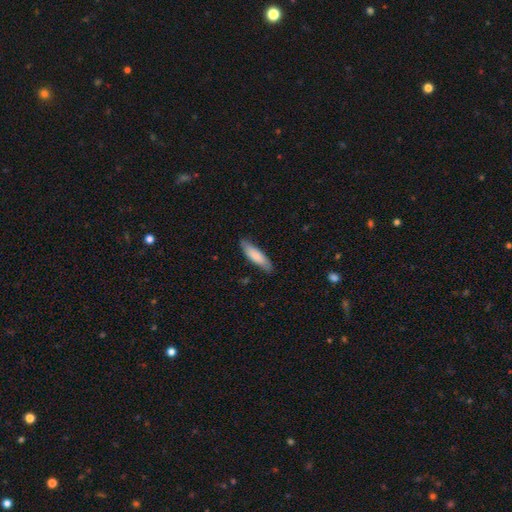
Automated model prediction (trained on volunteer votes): Morphology: type=smooth (81%); roundness=cigar-shaped (64%); merging=none (82%).